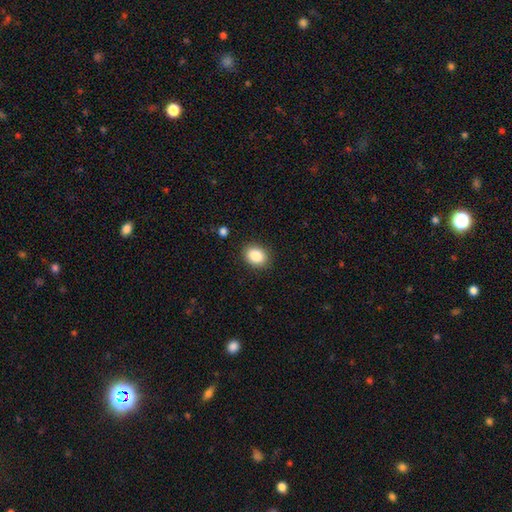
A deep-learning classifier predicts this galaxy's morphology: Smooth or featured: smooth — 87% (star or artifact — 8%)
How rounded: in between — 57% (round — 42%)
Merging: none — 88% (minor disturbance — 8%)